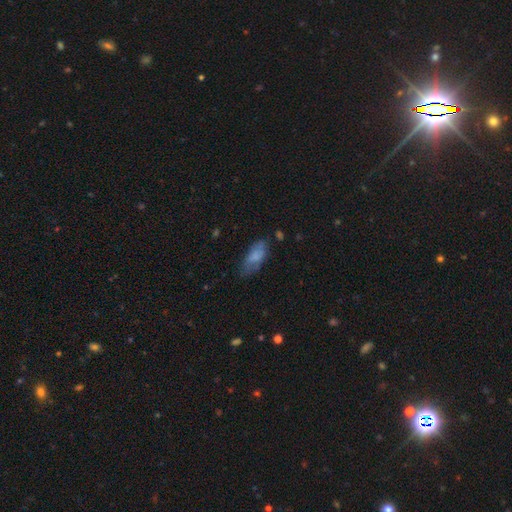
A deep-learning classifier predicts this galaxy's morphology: Smooth or featured? Predicted: smooth (p=0.73). How rounded? Predicted: in between (p=0.82). Merging? Predicted: none (p=0.57).